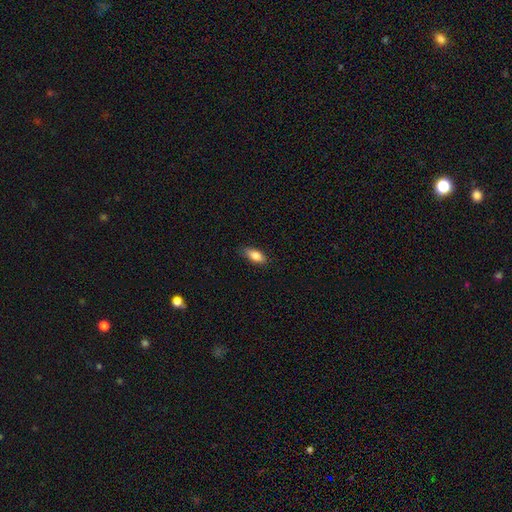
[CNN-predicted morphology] Smooth or featured?
  - smooth: 81% *
  - featured or disk: 12%
  - star or artifact: 7%
How rounded?
  - in between: 83% *
  - cigar-shaped: 14%
  - round: 3%
Merging?
  - none: 83% *
  - minor disturbance: 14%
  - major disturbance: 2%
  - merger: 1%